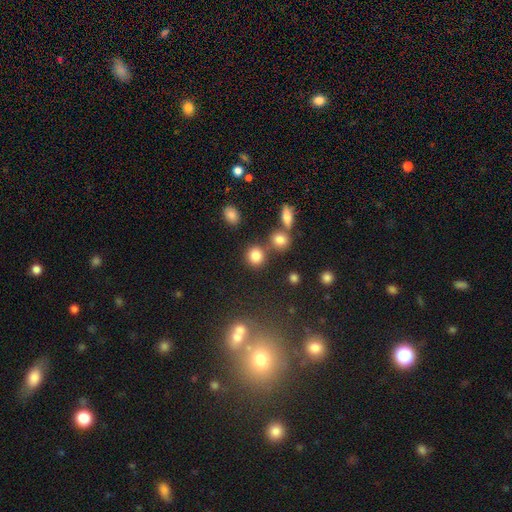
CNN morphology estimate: smooth-or-featured: smooth: 82% | star or artifact: 12% | featured or disk: 6%
  how-rounded: round: 82% | in between: 16% | cigar-shaped: 1%
  merging: none: 73% | merger: 14% | minor disturbance: 9% | major disturbance: 4%